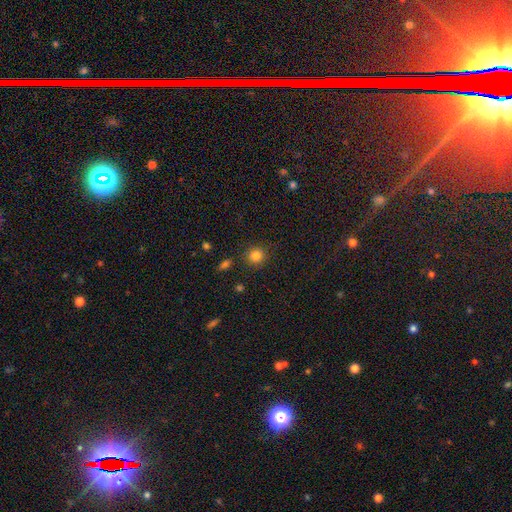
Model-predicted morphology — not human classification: type=smooth (83%); roundness=round (89%); merging=none (86%).